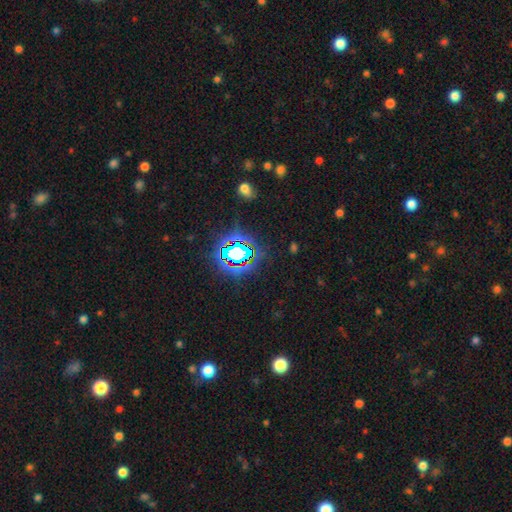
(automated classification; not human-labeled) Overall: star or artifact (81%).